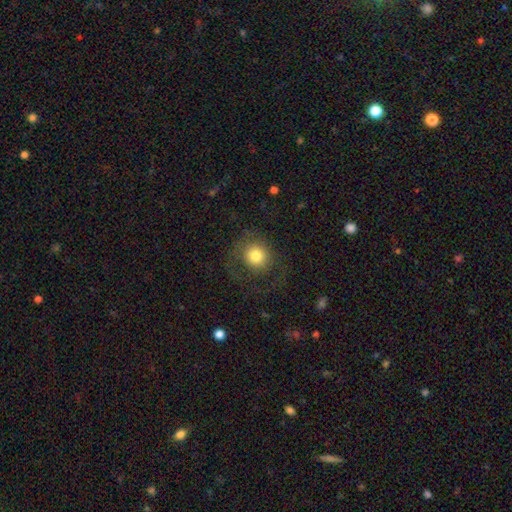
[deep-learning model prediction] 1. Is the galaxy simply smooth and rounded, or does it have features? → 73% smooth, 17% featured or disk, 10% star or artifact.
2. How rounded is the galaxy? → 89% round, 10% in between, 1% cigar-shaped.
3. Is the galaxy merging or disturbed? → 65% none, 20% major disturbance, 14% minor disturbance, 2% merger.